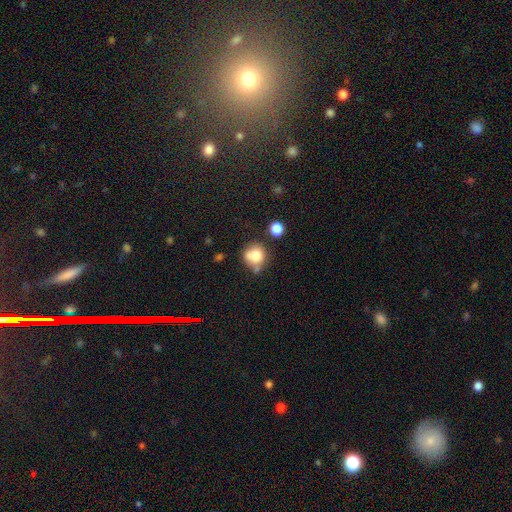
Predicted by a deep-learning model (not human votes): Q: Smooth or featured?
A: smooth (77%); runner-up: featured or disk (12%)
Q: How rounded?
A: round (83%); runner-up: in between (16%)
Q: Merging?
A: none (50%); runner-up: merger (21%)